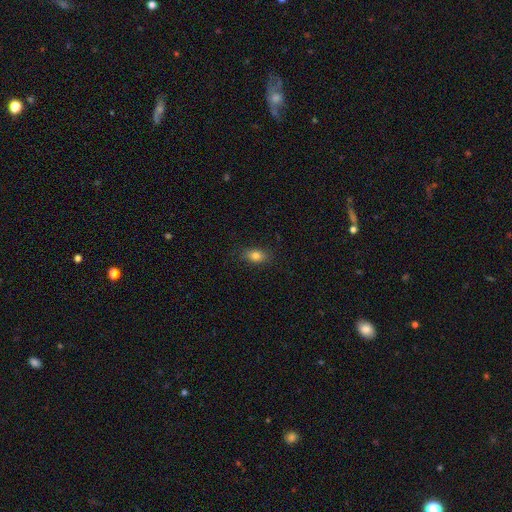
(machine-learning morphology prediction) Q: Smooth or featured?
A: smooth (81%); runner-up: featured or disk (10%)
Q: How rounded?
A: in between (83%); runner-up: round (13%)
Q: Merging?
A: none (85%); runner-up: minor disturbance (12%)